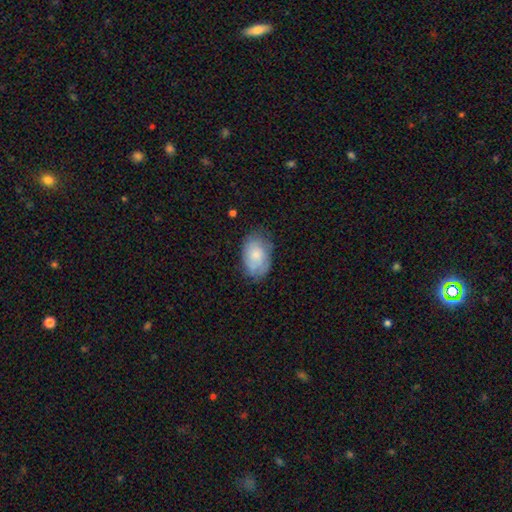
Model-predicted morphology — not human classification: smooth 61%, featured or disk 31%, star or artifact 7%. Down the decision tree: how rounded — in between (88%); merging — none (69%).